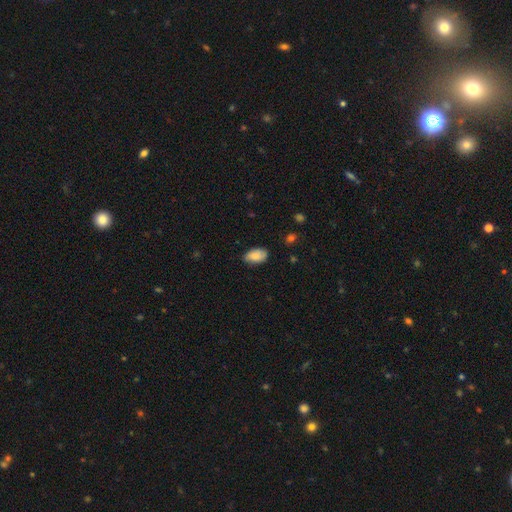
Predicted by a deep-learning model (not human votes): Morphology: type=smooth (84%); roundness=in between (93%); merging=none (74%).